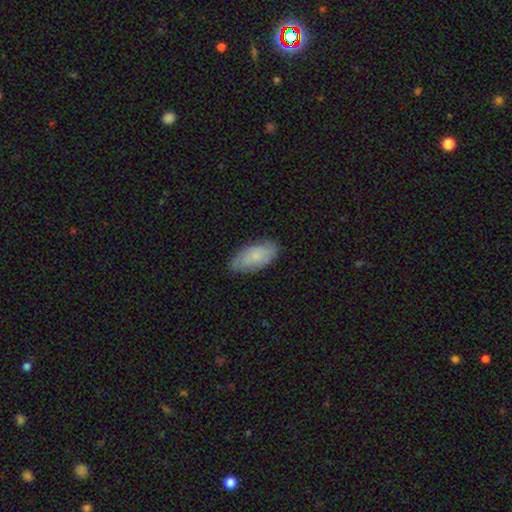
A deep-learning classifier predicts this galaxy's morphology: This is likely a smooth galaxy (68%). How rounded: clearly in between (92%). Merging: likely none (76%).